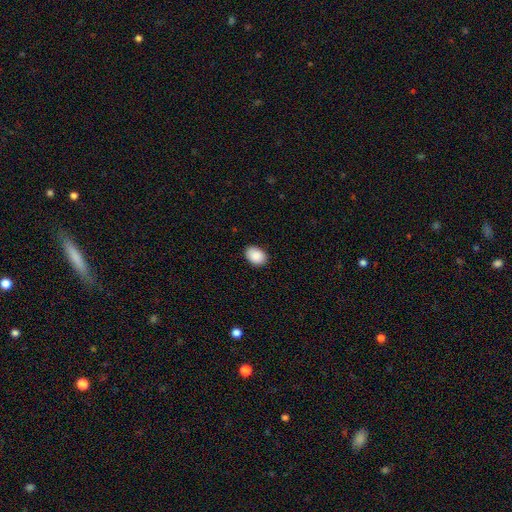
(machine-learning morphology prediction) Smooth or featured? smooth (90%)
How rounded? in between (79%)
Merging? none (89%)